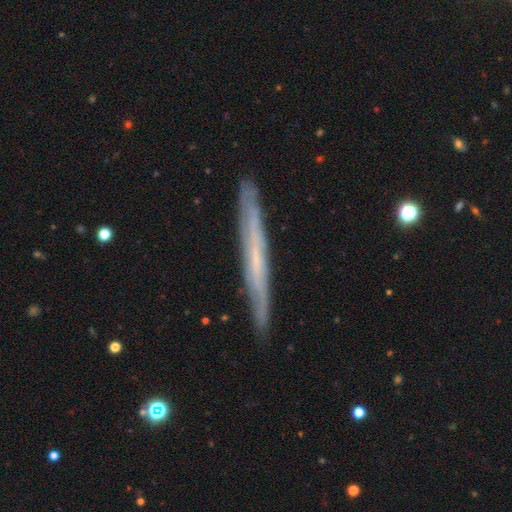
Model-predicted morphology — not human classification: Smooth or featured? Predicted: featured or disk (p=0.60). Edge-on disk? Predicted: yes (p=0.92). Edge-on bulge? Predicted: none (p=0.84). Merging? Predicted: none (p=0.88).